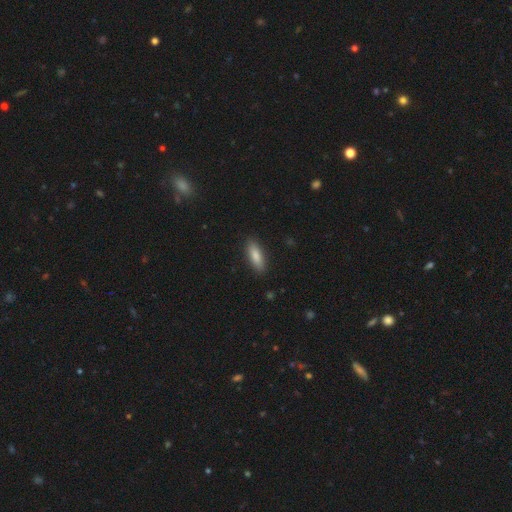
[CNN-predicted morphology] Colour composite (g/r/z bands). It shows a smooth galaxy with no disk features (84%) that is in between round and cigar-shaped (55%). Merging: none (88%).